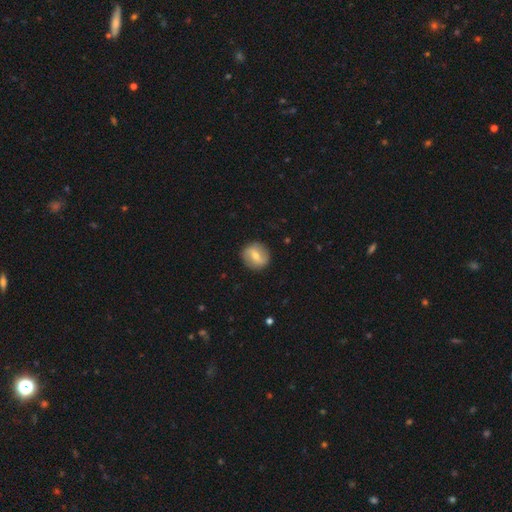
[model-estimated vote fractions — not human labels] Smooth or featured: featured or disk — 48% (smooth — 45%)
Merging: none — 89% (minor disturbance — 8%)